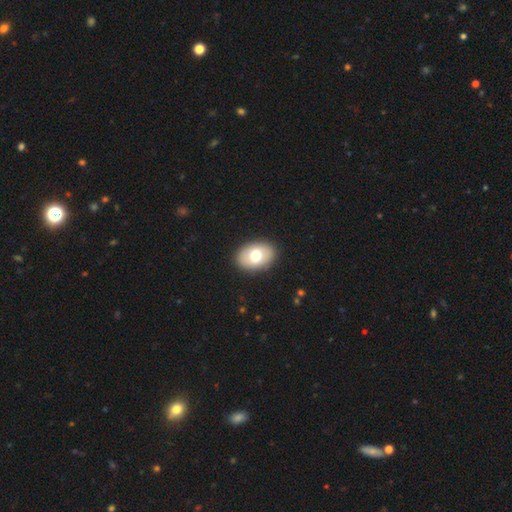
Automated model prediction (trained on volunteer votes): This appears to be a smooth galaxy with no disk features (72%) that is in between round and cigar-shaped (82%). Merging: none (90%).